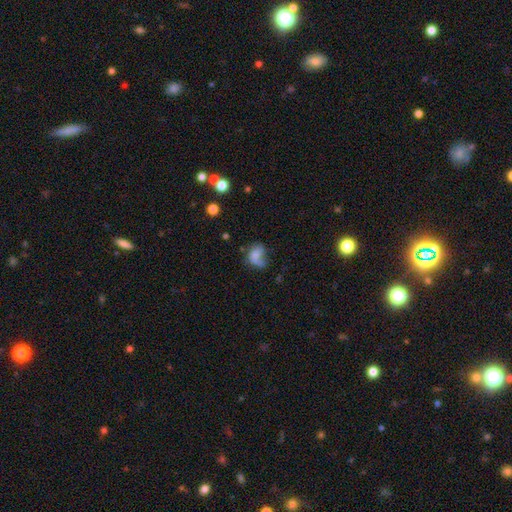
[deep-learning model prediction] This appears to be a smooth galaxy with no disk features (55%) that is in between round and cigar-shaped (67%). Merging: major disturbance (36%).